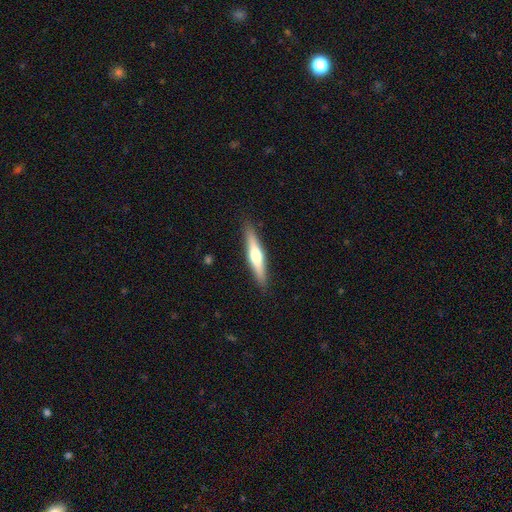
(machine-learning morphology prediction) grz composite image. It shows a featured or disk galaxy (55%) viewed edge-on (96%) with a rounded central bulge (88%). Merging: none (90%).